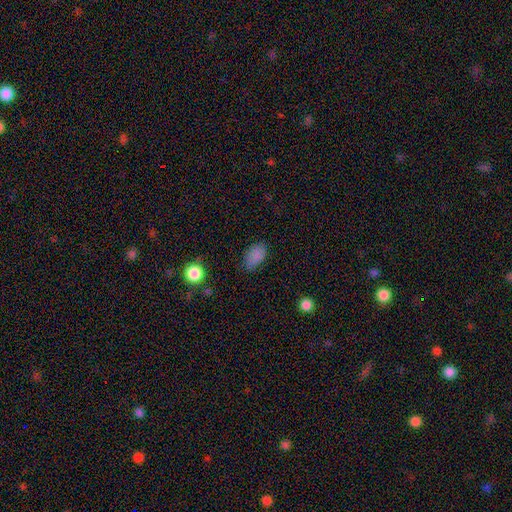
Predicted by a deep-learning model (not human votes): Smooth or featured? Predicted: smooth (p=0.82). How rounded? Predicted: in between (p=0.89). Merging? Predicted: none (p=0.69).